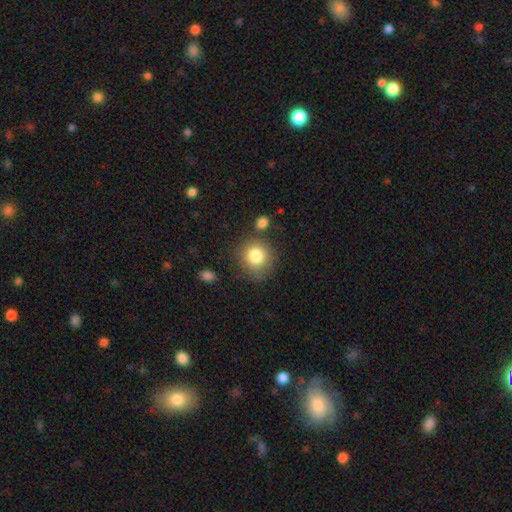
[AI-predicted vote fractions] The model was most divided on "merging": none: 75%, minor disturbance: 13%, merger: 8%, major disturbance: 5%. More confident: how rounded — round (87%); smooth or featured — smooth (82%).